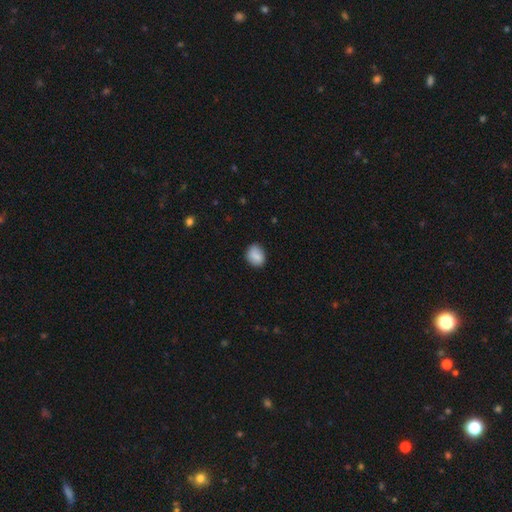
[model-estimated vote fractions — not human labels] This appears to be a smooth galaxy with no disk features (87%) that is in between round and cigar-shaped (50%). Merging: none (81%).